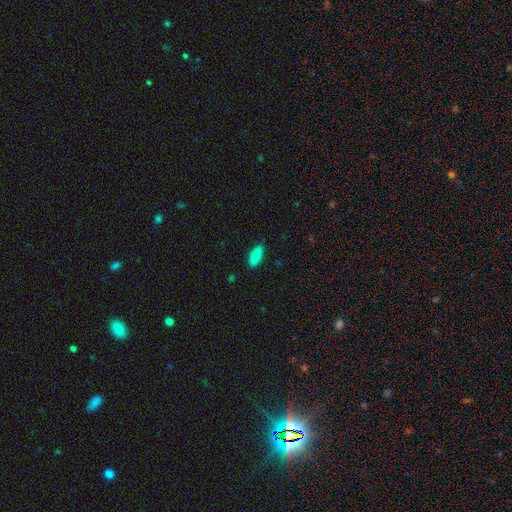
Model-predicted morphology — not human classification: Smooth or featured: smooth — 81% (featured or disk — 12%)
How rounded: in between — 75% (cigar-shaped — 23%)
Merging: none — 86% (minor disturbance — 11%)